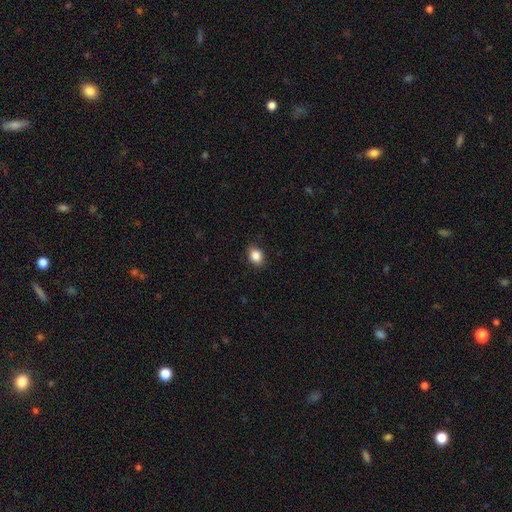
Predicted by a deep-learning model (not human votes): Morphology: type=smooth (86%); roundness=round (51%); merging=none (87%).